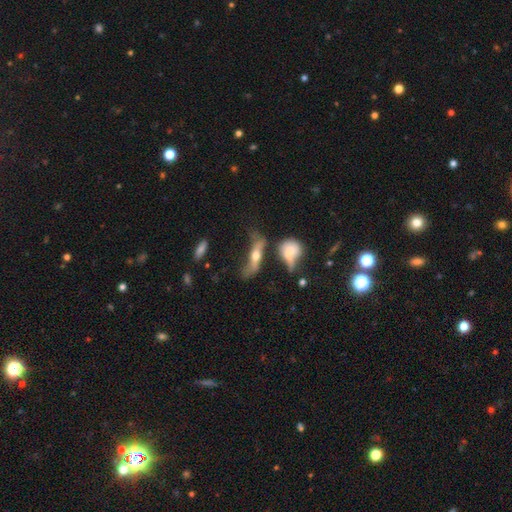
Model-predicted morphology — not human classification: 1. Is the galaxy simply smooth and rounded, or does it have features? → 55% featured or disk, 37% smooth, 8% star or artifact.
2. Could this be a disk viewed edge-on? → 67% yes, 33% no.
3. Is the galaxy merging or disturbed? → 40% none, 23% minor disturbance, 23% major disturbance, 15% merger.